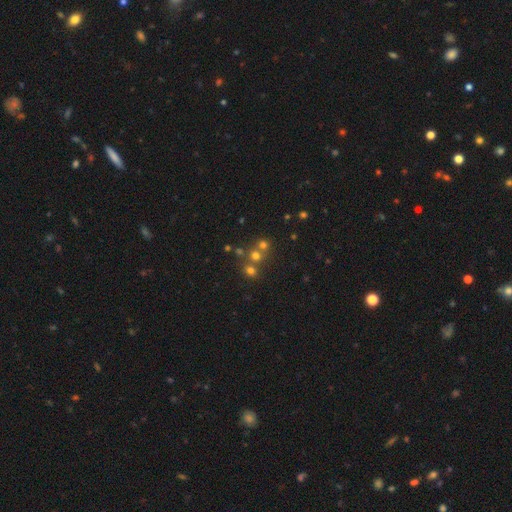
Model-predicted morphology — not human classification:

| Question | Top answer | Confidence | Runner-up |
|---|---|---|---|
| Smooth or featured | smooth | 61% | star or artifact (26%) |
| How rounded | round | 85% | in between (14%) |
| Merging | none | 53% | merger (38%) |